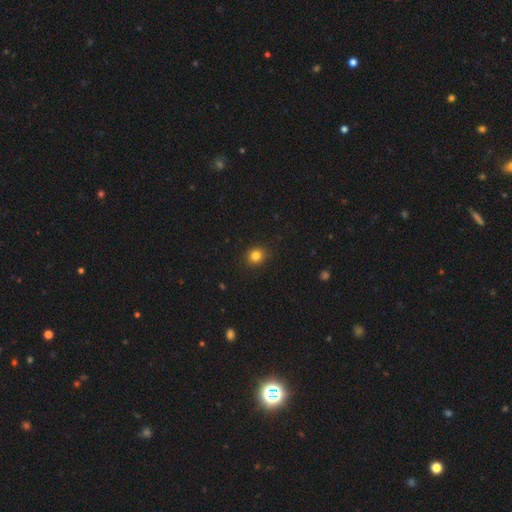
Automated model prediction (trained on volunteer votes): Smooth or featured? smooth (82%)
How rounded? round (86%)
Merging? none (91%)